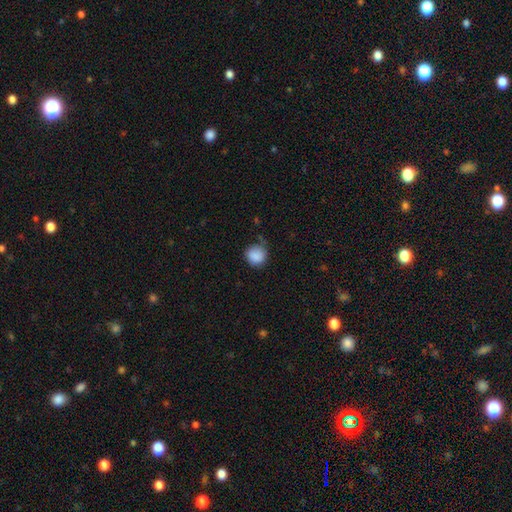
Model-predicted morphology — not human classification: smooth-or-featured: smooth: 88% | star or artifact: 8% | featured or disk: 4%
  how-rounded: round: 87% | in between: 12% | cigar-shaped: 1%
  merging: none: 68% | minor disturbance: 24% | major disturbance: 6% | merger: 3%